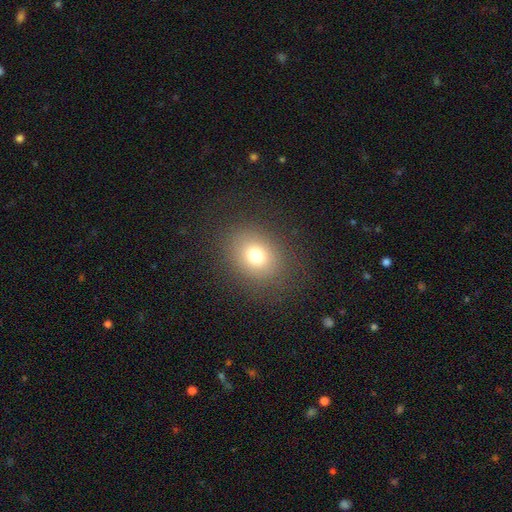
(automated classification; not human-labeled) This appears to be a smooth galaxy with no disk features (74%) that is round (57%). Merging: none (84%).